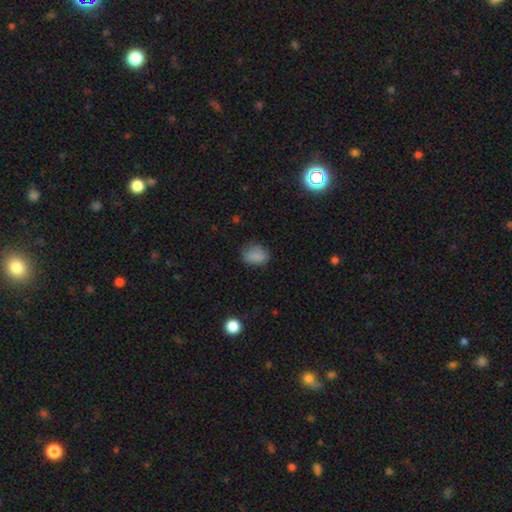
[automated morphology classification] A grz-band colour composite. It shows a smooth galaxy with no disk features (83%) that is in between round and cigar-shaped (58%). Merging: none (72%).